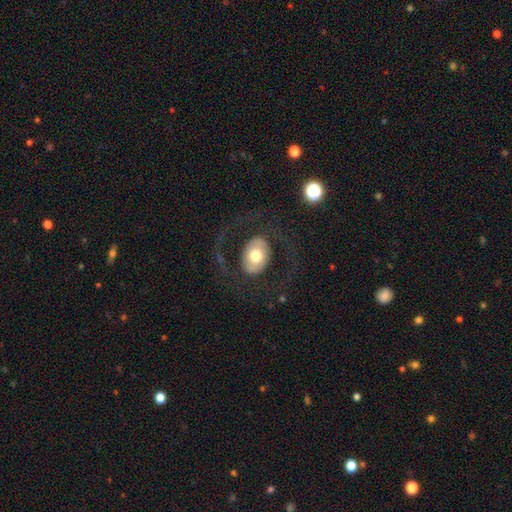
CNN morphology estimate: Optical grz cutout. It shows a featured or disk galaxy (51%). Merging: none (73%).